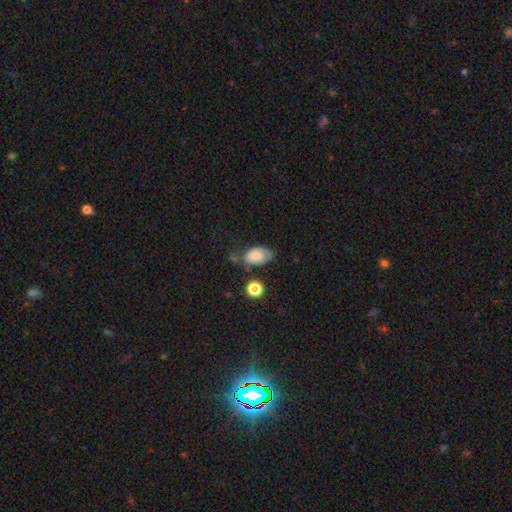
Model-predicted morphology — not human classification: Overall: smooth (69%). How rounded: in between (89%). Merging: none (42%; minor disturbance 33%).